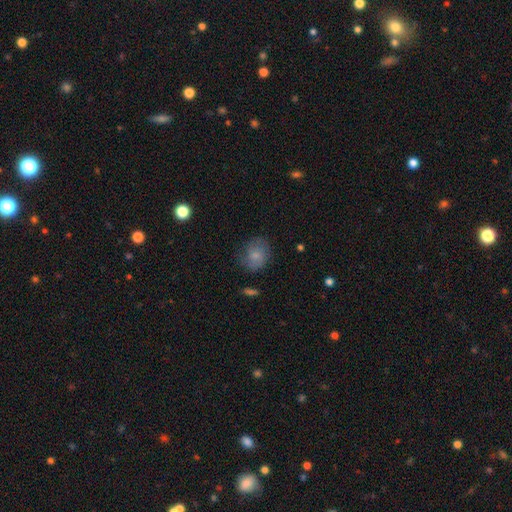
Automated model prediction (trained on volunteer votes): A smooth galaxy with no disk features (74%) that is round (59%). Merging: none (64%).